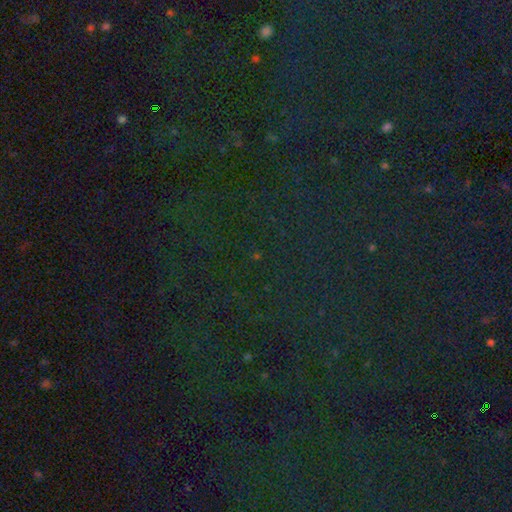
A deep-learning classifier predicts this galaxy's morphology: Smooth or featured: star or artifact — 82% (smooth — 11%)